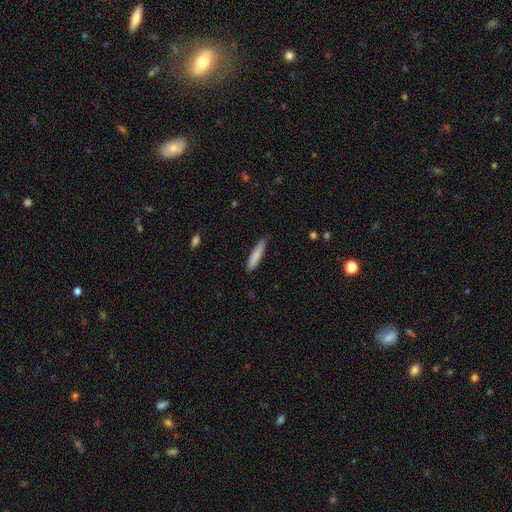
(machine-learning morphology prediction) This is clearly a smooth galaxy (83%). How rounded: clearly cigar-shaped (89%). Merging: clearly none (85%).